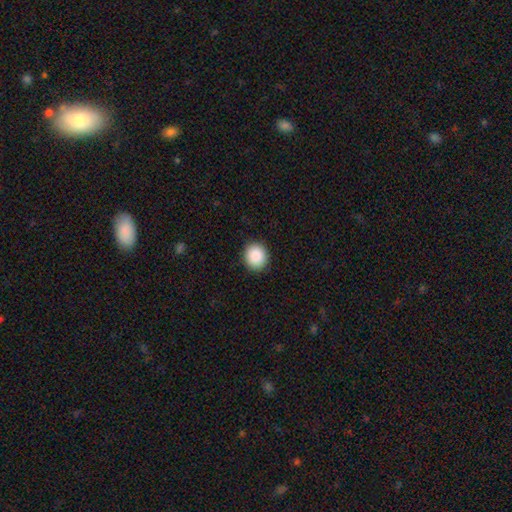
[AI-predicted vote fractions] Morphology: type=smooth (89%); roundness=round (84%); merging=none (91%).